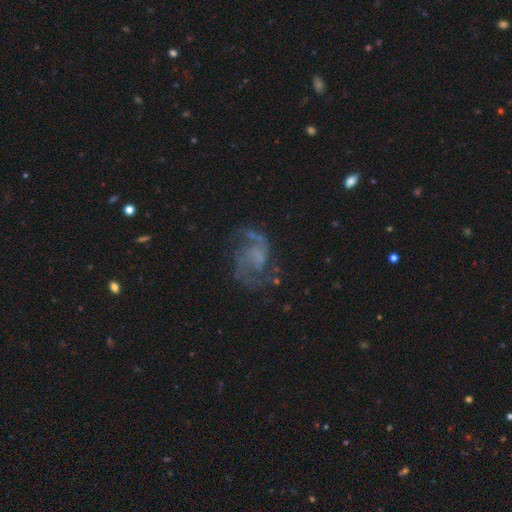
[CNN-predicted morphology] Smooth or featured? featured or disk (83%)
Edge-on disk? no (98%)
Bar? no (53%)
Spiral arms? yes (94%)
Spiral winding? medium (49%)
Spiral arm count? 2 (86%)
Bulge size? none (58%)
Merging? none (64%)